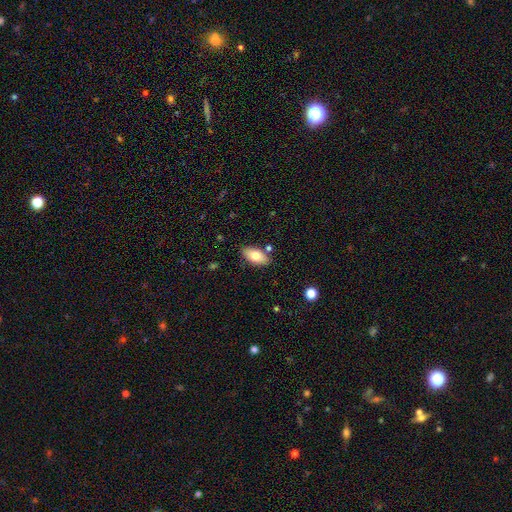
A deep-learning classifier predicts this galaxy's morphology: The model was most divided on "smooth or featured": smooth: 77%, featured or disk: 16%, star or artifact: 7%. More confident: how rounded — in between (92%); merging — none (82%).